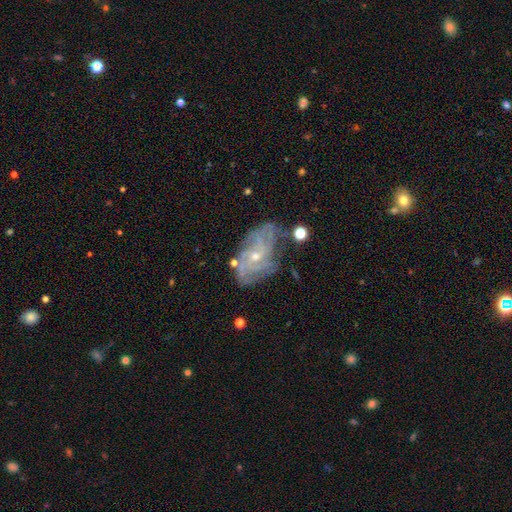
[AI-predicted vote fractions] smooth_or_featured: featured or disk (p=0.83) [alt: smooth p=0.09]
disk_edge_on: no (p=0.96) [alt: yes p=0.04]
bar: no (p=0.67) [alt: weak p=0.28]
has_spiral_arms: yes (p=0.93) [alt: no p=0.07]
spiral_winding: tight (p=0.56) [alt: medium p=0.33]
spiral_arm_count: can't tell (p=0.38) [alt: 4 p=0.20]
bulge_size: small (p=0.68) [alt: moderate p=0.29]
merging: none (p=0.61) [alt: minor disturbance p=0.23]